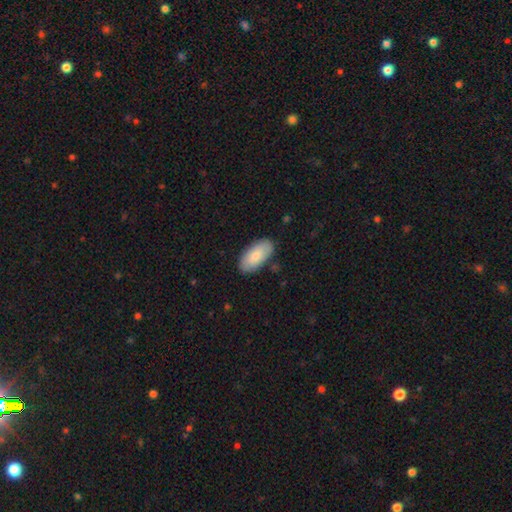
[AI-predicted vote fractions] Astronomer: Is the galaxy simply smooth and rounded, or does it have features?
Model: smooth — 86%.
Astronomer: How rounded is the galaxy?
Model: in between — 93%.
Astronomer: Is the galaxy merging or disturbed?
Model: none — 85%.